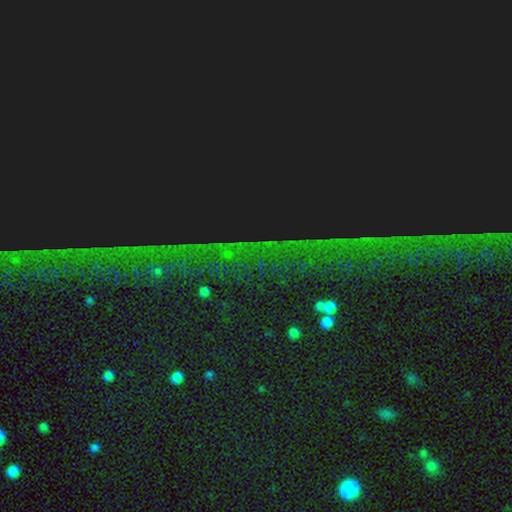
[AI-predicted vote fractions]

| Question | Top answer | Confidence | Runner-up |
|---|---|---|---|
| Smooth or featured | star or artifact | 87% | smooth (7%) |